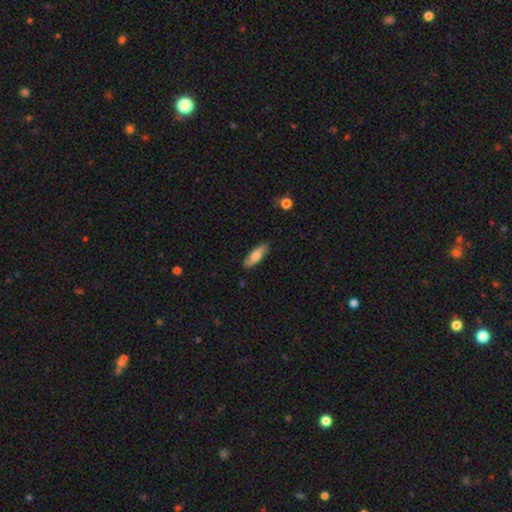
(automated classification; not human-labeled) Smooth or featured?
  - smooth: 68% *
  - featured or disk: 27%
  - star or artifact: 6%
How rounded?
  - in between: 54% *
  - cigar-shaped: 43%
  - round: 3%
Merging?
  - none: 86% *
  - minor disturbance: 11%
  - major disturbance: 2%
  - merger: 1%